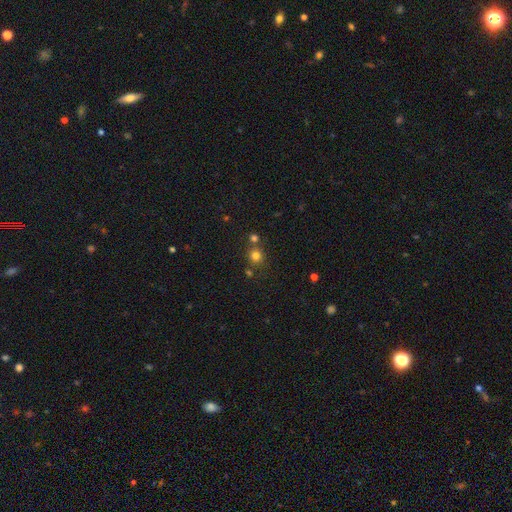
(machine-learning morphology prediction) smooth-or-featured: smooth: 76% | star or artifact: 18% | featured or disk: 6%
  how-rounded: round: 90% | in between: 9% | cigar-shaped: 1%
  merging: none: 72% | merger: 17% | minor disturbance: 8% | major disturbance: 3%